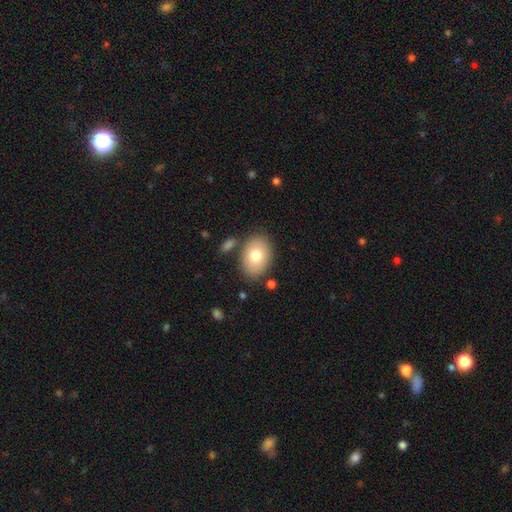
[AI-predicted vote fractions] This is likely a smooth galaxy (76%). How rounded: likely in between (78%). Merging: clearly none (80%).